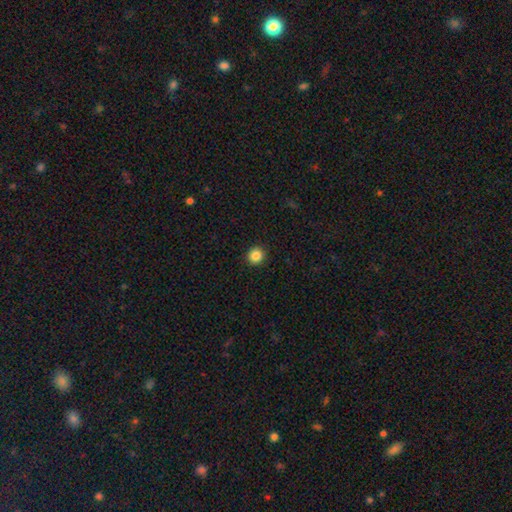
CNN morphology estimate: The model was most divided on "smooth or featured": smooth: 85%, star or artifact: 11%, featured or disk: 4%. More confident: merging — none (93%); how rounded — round (92%).